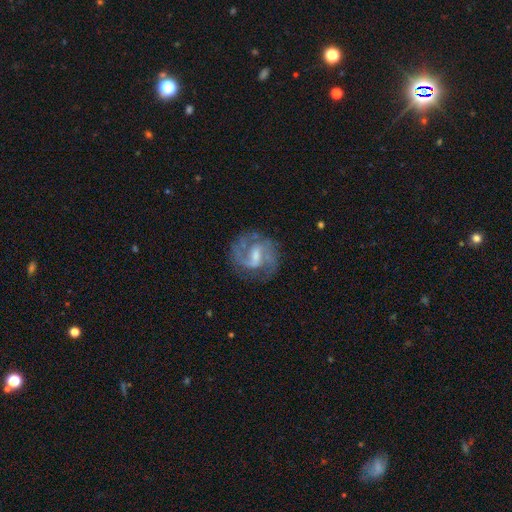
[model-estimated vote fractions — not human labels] This appears to be a featured or disk galaxy (85%) with a weak bar (57%), 2 (80%) medium (53%) spiral arms (95%) and a small central bulge (39%, tied with moderate). Merging: none (73%).